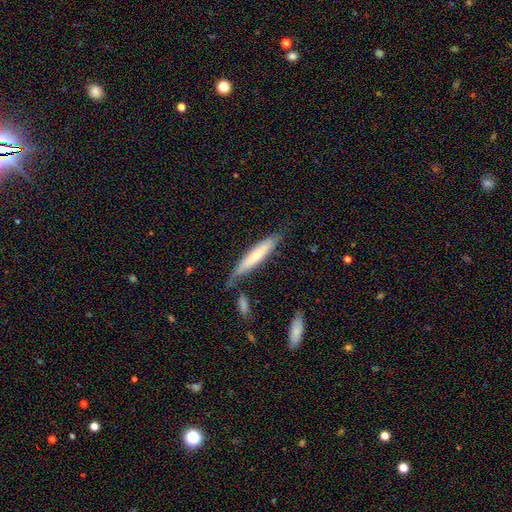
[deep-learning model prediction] Q: Smooth or featured?
A: smooth (66%); runner-up: featured or disk (29%)
Q: How rounded?
A: cigar-shaped (88%); runner-up: in between (11%)
Q: Merging?
A: none (62%); runner-up: minor disturbance (21%)